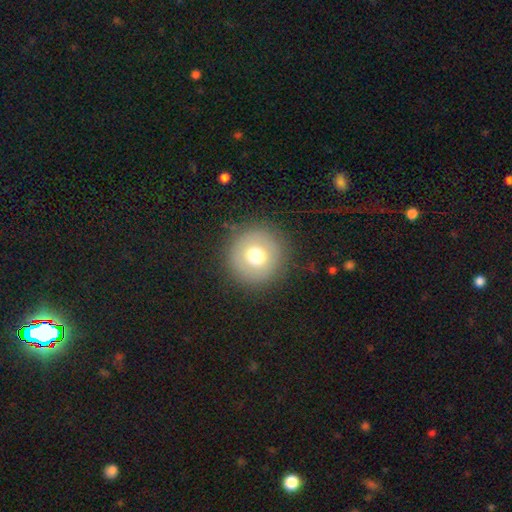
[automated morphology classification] Smooth or featured? Predicted: smooth (p=0.70). How rounded? Predicted: round (p=0.97). Merging? Predicted: none (p=0.89).